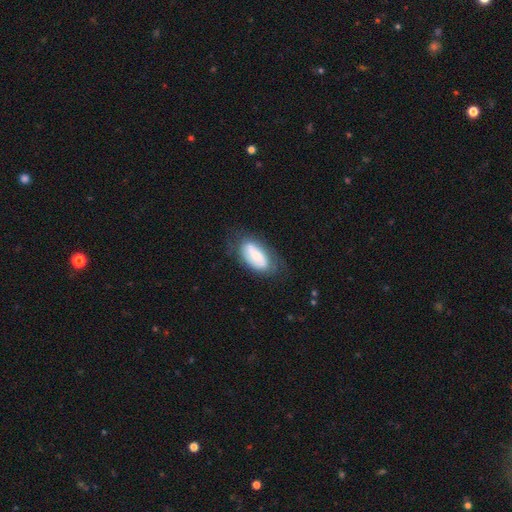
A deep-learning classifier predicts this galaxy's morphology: Smooth or featured? Predicted: smooth (p=0.54). How rounded? Predicted: in between (p=0.91). Merging? Predicted: none (p=0.64).